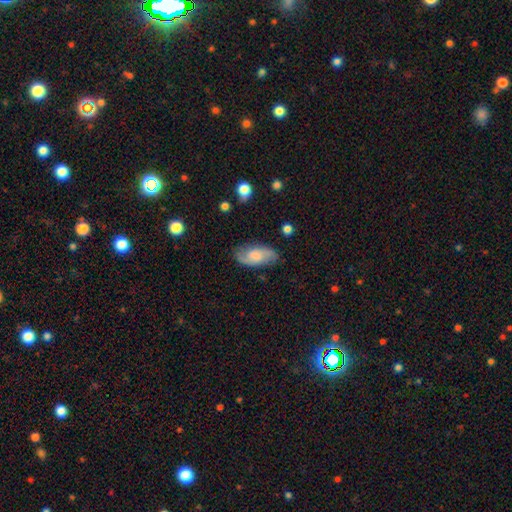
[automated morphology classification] This appears to be a featured or disk galaxy (54%) with no bar (57%), spiral arms (89%) and a moderate central bulge (29%). Merging: none (74%).